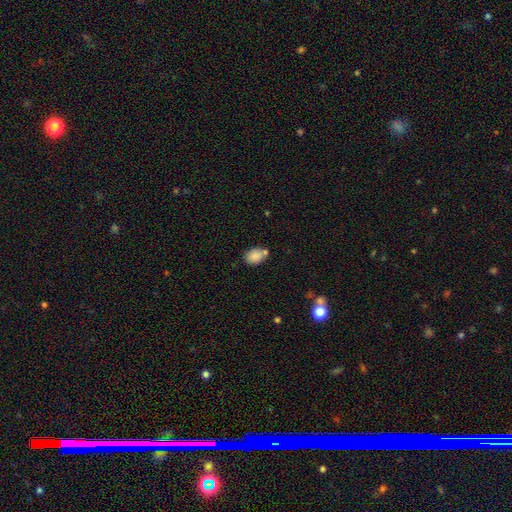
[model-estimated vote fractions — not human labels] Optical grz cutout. It shows a smooth galaxy with no disk features (85%) that is in between round and cigar-shaped (66%). Merging: none (61%).